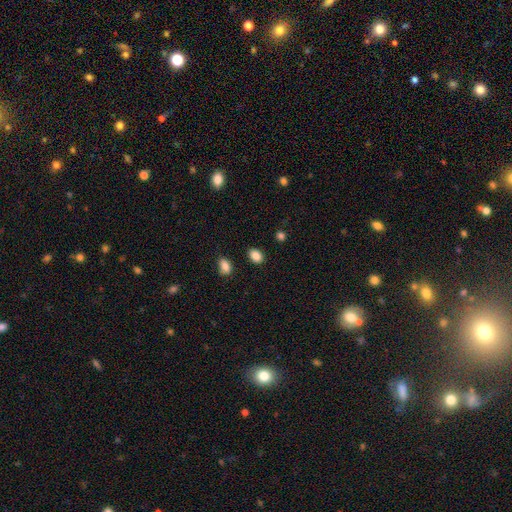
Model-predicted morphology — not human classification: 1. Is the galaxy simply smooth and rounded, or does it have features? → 87% smooth, 9% star or artifact, 4% featured or disk.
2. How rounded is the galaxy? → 76% in between, 22% round, 1% cigar-shaped.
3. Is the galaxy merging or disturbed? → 86% none, 9% minor disturbance, 2% major disturbance, 2% merger.